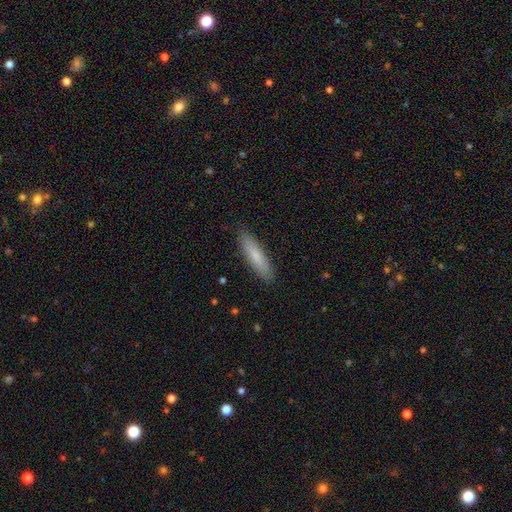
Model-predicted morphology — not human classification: smooth_or_featured: smooth (p=0.78) [alt: featured or disk p=0.16]
how_rounded: cigar-shaped (p=0.79) [alt: in between p=0.20]
merging: none (p=0.89) [alt: minor disturbance p=0.09]